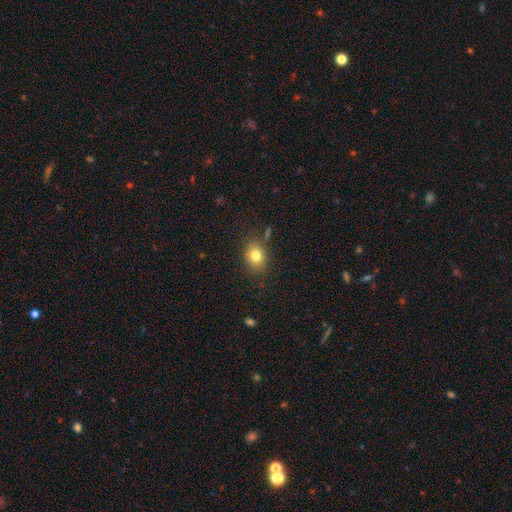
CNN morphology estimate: The model was most divided on "how rounded": in between: 58%, round: 41%, cigar-shaped: 1%. More confident: smooth or featured — smooth (80%); merging — none (79%).